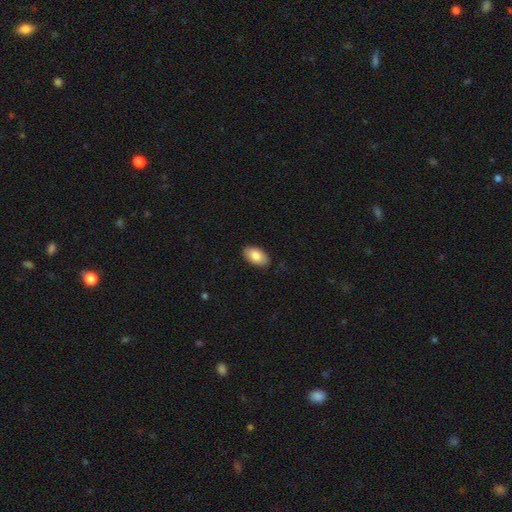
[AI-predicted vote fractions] This is clearly a smooth galaxy (84%). How rounded: clearly in between (95%). Merging: clearly none (88%).